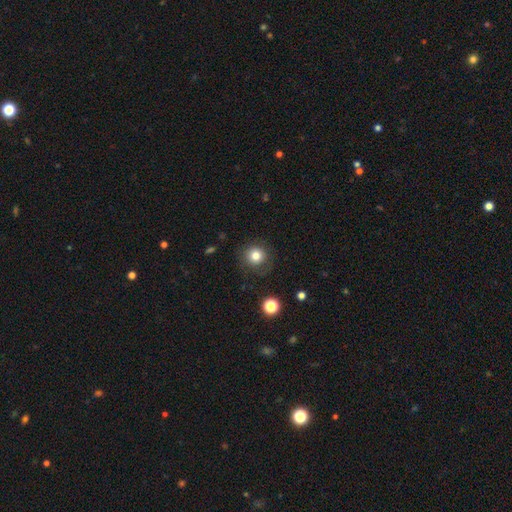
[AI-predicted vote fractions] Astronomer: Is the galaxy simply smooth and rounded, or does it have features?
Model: smooth — 80%.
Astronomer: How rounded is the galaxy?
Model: round — 92%.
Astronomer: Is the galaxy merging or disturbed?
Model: none — 81%.